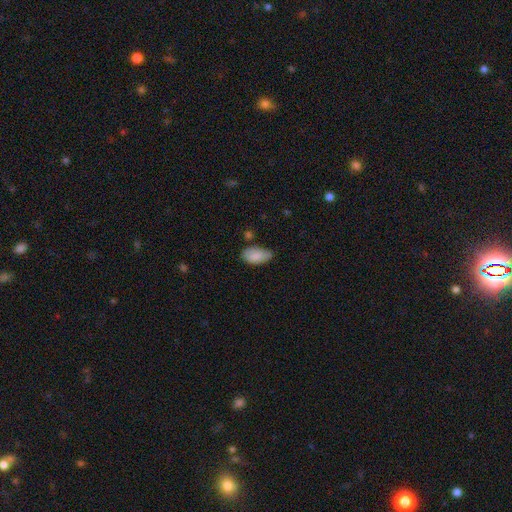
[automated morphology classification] smooth 84%, featured or disk 9%, star or artifact 7%. Down the decision tree: how rounded — in between (94%); merging — none (55%).